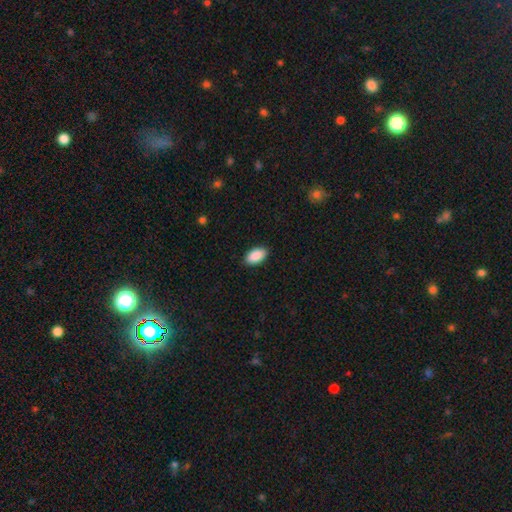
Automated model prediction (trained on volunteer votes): This appears to be a smooth galaxy with no disk features (91%) that is in between round and cigar-shaped (95%). Merging: none (89%).